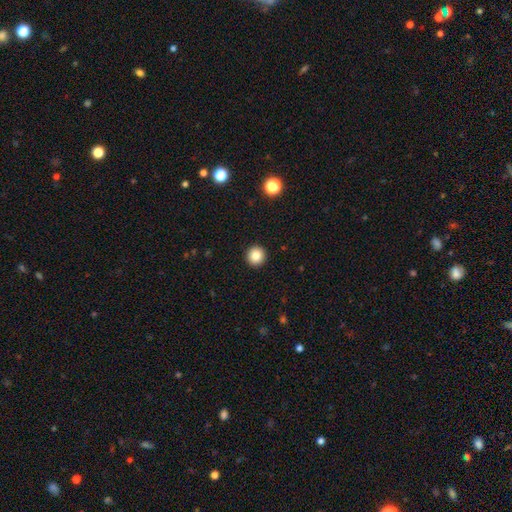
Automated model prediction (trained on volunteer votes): This is clearly a smooth galaxy (83%). How rounded: clearly round (96%). Merging: clearly none (94%).